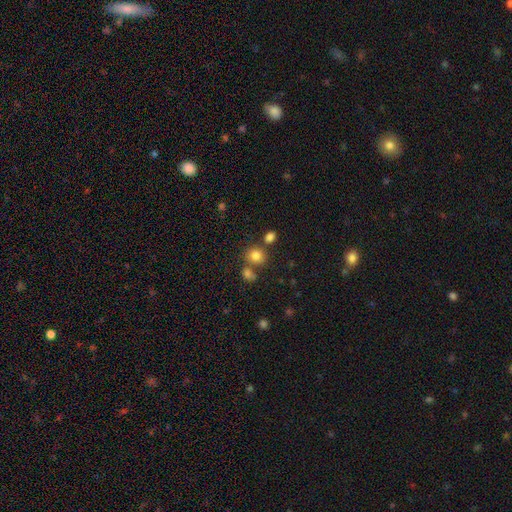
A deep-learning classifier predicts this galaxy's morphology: A smooth galaxy with no disk features (81%) that is round (78%). Merging: none (66%).